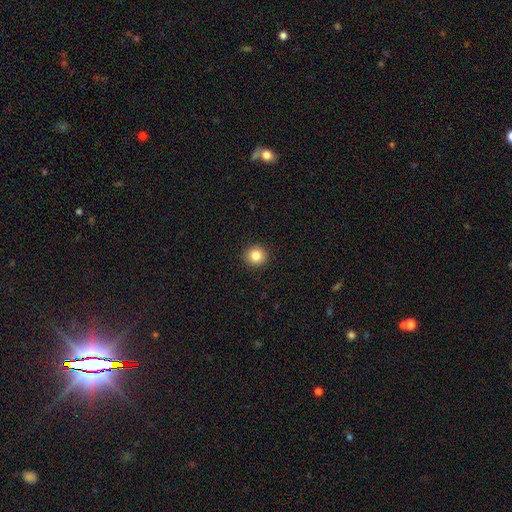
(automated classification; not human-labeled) Smooth or featured? smooth (84%)
How rounded? round (88%)
Merging? none (92%)